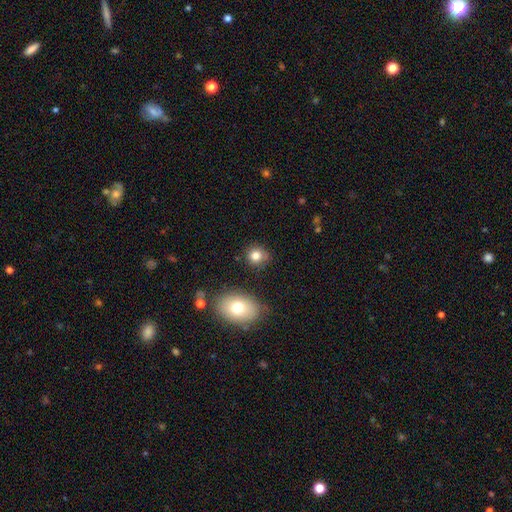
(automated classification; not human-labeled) A smooth galaxy with no disk features (81%) that is round (80%). Merging: none (79%).